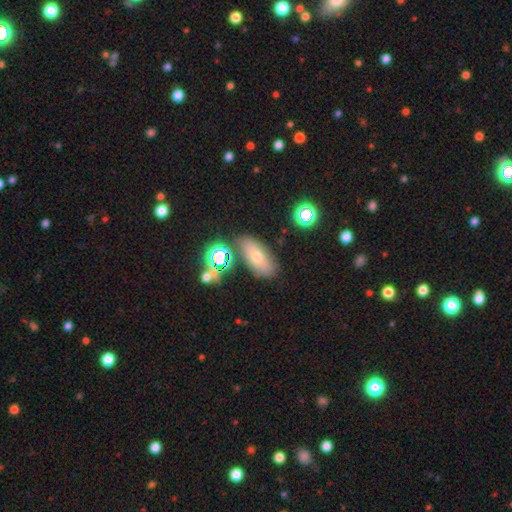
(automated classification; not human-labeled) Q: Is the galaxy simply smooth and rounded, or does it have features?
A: smooth — 57%.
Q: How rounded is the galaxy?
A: in between — 81%.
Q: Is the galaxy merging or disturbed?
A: none — 77%.